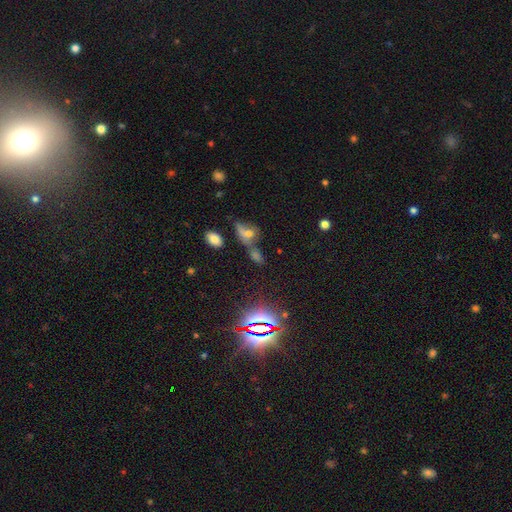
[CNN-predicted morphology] Smooth or featured?
  - star or artifact: 53% *
  - smooth: 30%
  - featured or disk: 17%